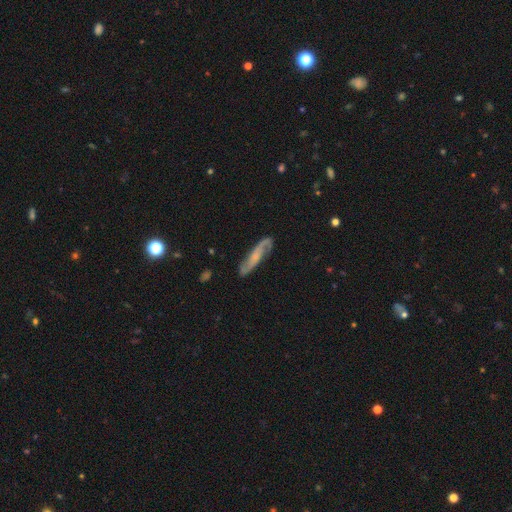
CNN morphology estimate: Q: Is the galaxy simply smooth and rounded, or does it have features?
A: featured or disk — 77%.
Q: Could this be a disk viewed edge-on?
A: no — 80%.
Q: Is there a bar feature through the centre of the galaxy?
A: no — 48%.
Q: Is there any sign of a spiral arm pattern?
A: yes — 95%.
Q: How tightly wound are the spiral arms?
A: medium — 42%.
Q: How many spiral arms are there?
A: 2 — 90%.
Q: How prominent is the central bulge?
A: small — 52%.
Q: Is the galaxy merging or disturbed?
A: none — 81%.